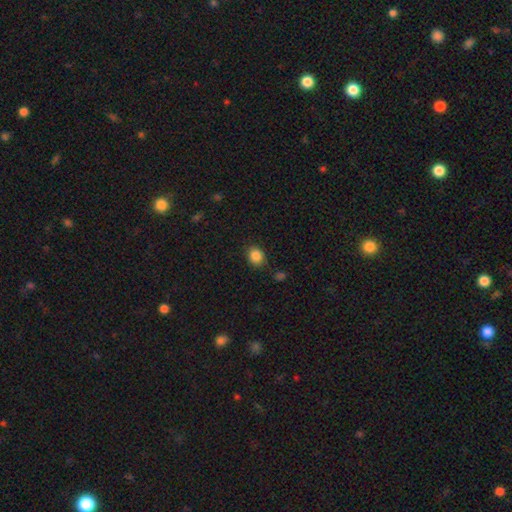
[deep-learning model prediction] This appears to be a smooth galaxy with no disk features (86%) that is round (62%). Merging: none (83%).